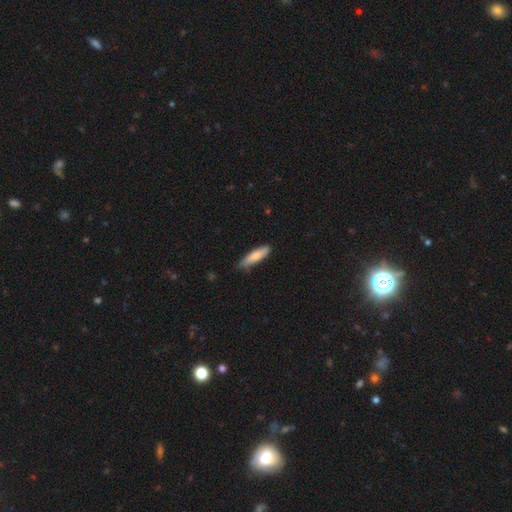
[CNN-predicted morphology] Q: Smooth or featured?
A: smooth (77%); runner-up: featured or disk (17%)
Q: How rounded?
A: cigar-shaped (65%); runner-up: in between (34%)
Q: Merging?
A: none (70%); runner-up: minor disturbance (24%)